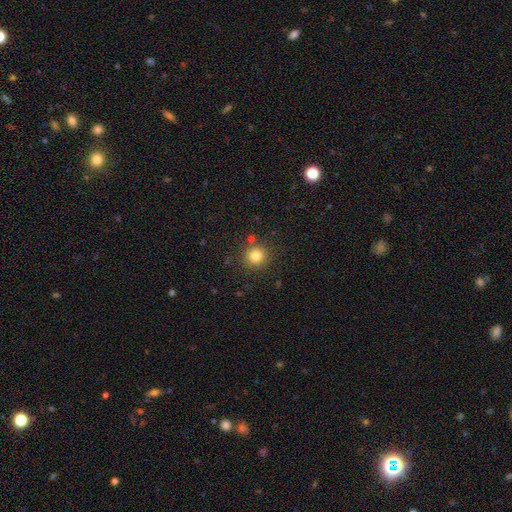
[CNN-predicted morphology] Q: Smooth or featured?
A: smooth (81%); runner-up: star or artifact (12%)
Q: How rounded?
A: round (93%); runner-up: in between (6%)
Q: Merging?
A: none (85%); runner-up: minor disturbance (8%)